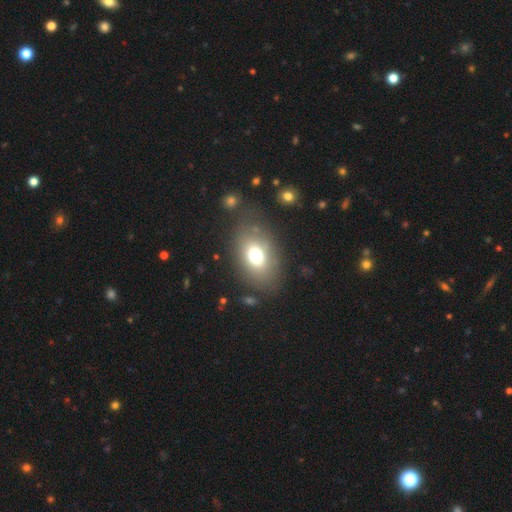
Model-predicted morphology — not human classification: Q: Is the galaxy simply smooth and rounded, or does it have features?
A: smooth — 71%.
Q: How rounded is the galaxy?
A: in between — 79%.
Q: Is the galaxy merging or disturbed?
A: none — 72%.